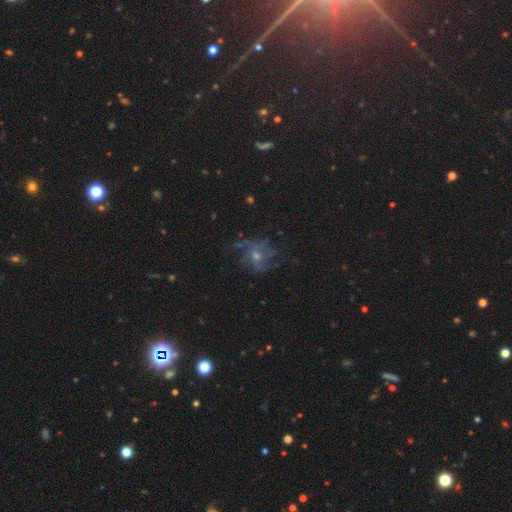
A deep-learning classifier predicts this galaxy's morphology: featured or disk 61%, star or artifact 23%, smooth 16%. Down the decision tree: edge-on disk — no (96%); bar — no (70%); spiral arms — yes (80%); bulge size — moderate (46%); merging — none (62%).